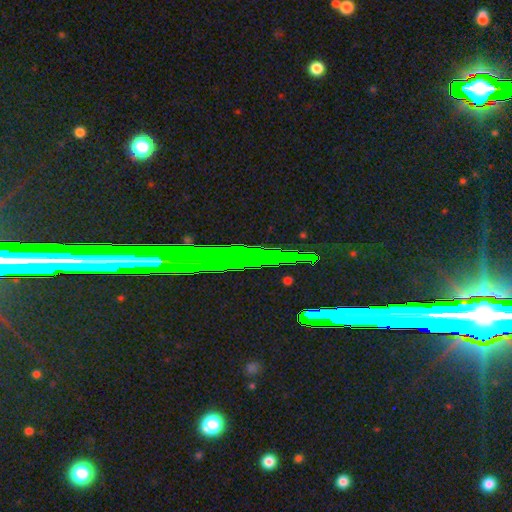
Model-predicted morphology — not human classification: Smooth or featured? Predicted: star or artifact (p=0.70).